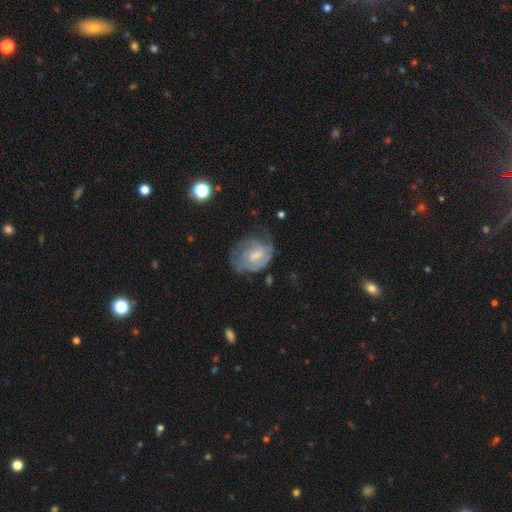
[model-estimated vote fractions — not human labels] Smooth or featured: featured or disk — 68% (smooth — 25%)
Edge-on disk: no — 97% (yes — 3%)
Bar: weak — 48% (no — 44%)
Spiral arms: yes — 87% (no — 13%)
Spiral winding: tight — 52% (medium — 36%)
Spiral arm count: 2 — 36% (can't tell — 35%)
Bulge size: small — 40% (moderate — 37%)
Merging: none — 52% (minor disturbance — 27%)